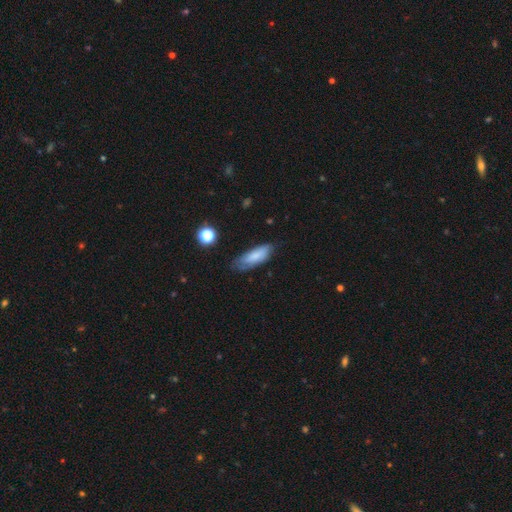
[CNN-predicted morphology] This appears to be a smooth galaxy with no disk features (73%) that is in between round and cigar-shaped (69%). Merging: none (62%).